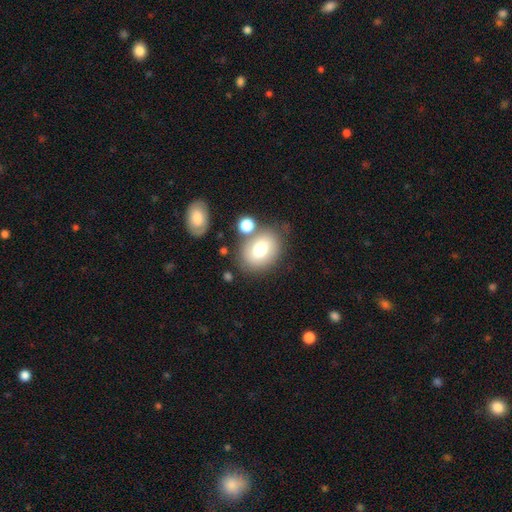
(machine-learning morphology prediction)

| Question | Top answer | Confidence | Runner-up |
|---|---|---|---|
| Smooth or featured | smooth | 72% | featured or disk (19%) |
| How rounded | in between | 59% | round (40%) |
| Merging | none | 66% | minor disturbance (16%) |